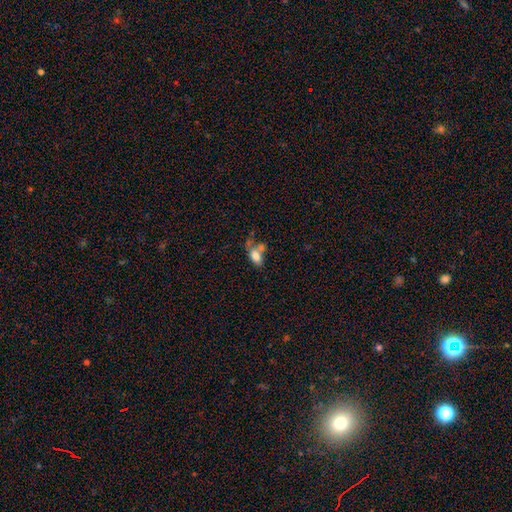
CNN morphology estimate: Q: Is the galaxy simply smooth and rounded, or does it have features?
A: smooth — 75%.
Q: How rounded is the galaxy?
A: in between — 87%.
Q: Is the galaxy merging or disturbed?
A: merger — 43%.